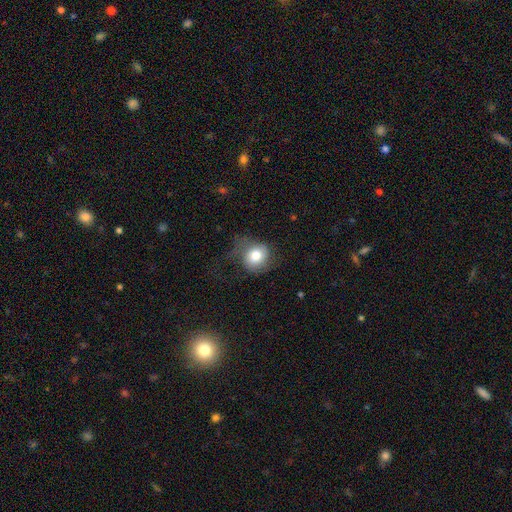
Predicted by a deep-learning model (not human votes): Q: Smooth or featured?
A: smooth (72%); runner-up: featured or disk (18%)
Q: How rounded?
A: round (73%); runner-up: in between (26%)
Q: Merging?
A: none (50%); runner-up: minor disturbance (25%)